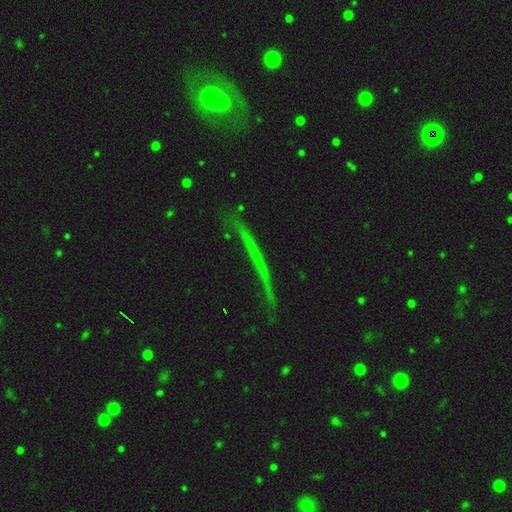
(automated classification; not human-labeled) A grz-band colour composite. It shows a featured or disk galaxy (50%). Merging: none (75%).